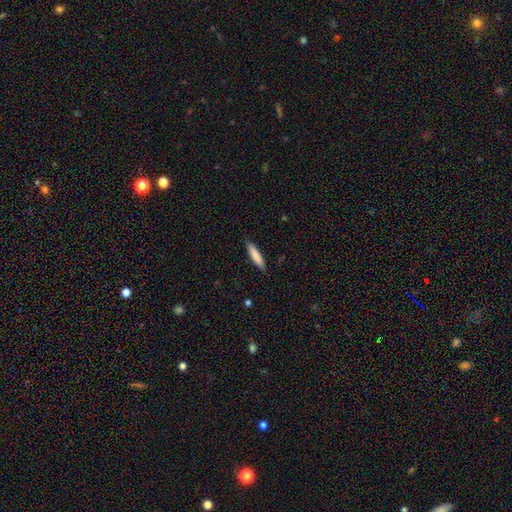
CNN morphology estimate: This appears to be a smooth galaxy with no disk features (83%) that is cigar-shaped (84%). Merging: none (88%).